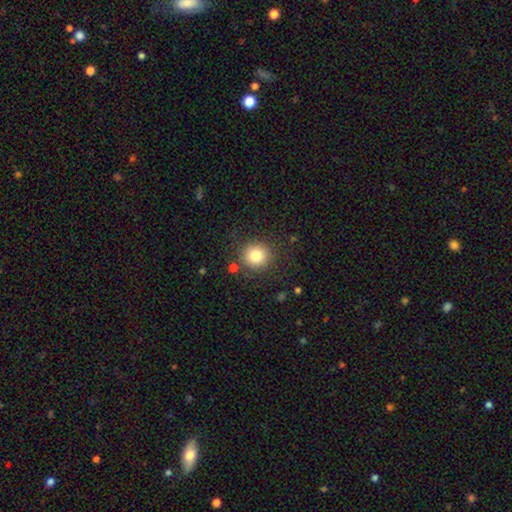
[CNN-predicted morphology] Smooth or featured? Predicted: smooth (p=0.80). How rounded? Predicted: round (p=0.92). Merging? Predicted: none (p=0.85).